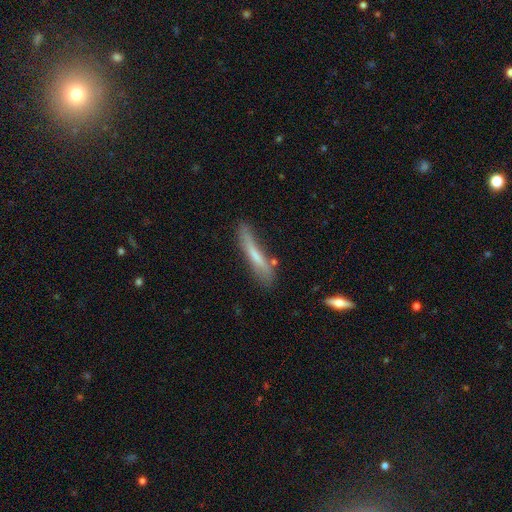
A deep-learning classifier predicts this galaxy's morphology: This appears to be a smooth galaxy with no disk features (63%) that is cigar-shaped (91%). Merging: none (59%).